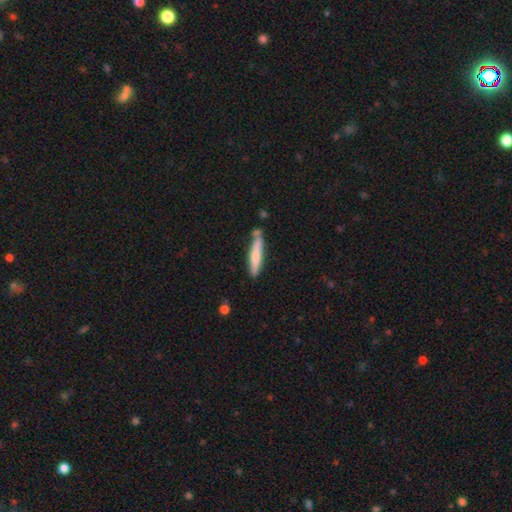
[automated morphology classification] This appears to be a smooth galaxy with no disk features (68%) that is cigar-shaped (91%). Merging: none (70%).